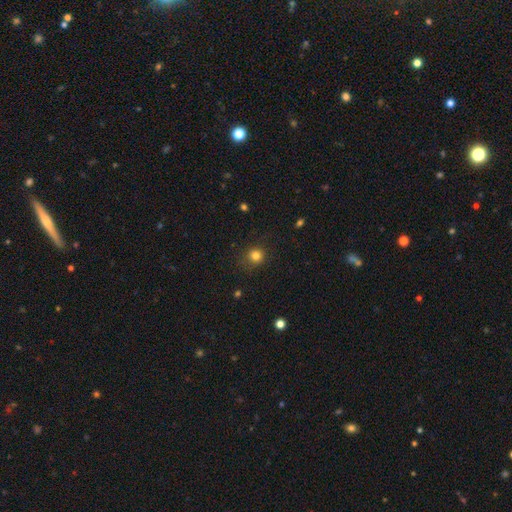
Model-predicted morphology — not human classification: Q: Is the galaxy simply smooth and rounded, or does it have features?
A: smooth — 81%.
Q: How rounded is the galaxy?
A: round — 89%.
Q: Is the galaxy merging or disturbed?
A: none — 83%.